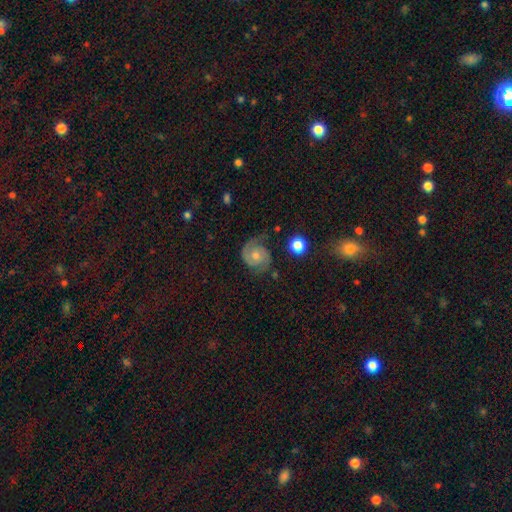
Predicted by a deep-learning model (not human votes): The model was most divided on "spiral winding": medium: 45%, tight: 43%, loose: 13%. More confident: edge-on disk — no (98%); spiral arms — yes (97%); spiral arm count — 2 (87%); smooth or featured — featured or disk (82%); bar — no (72%); merging — none (71%); bulge size — moderate (62%).